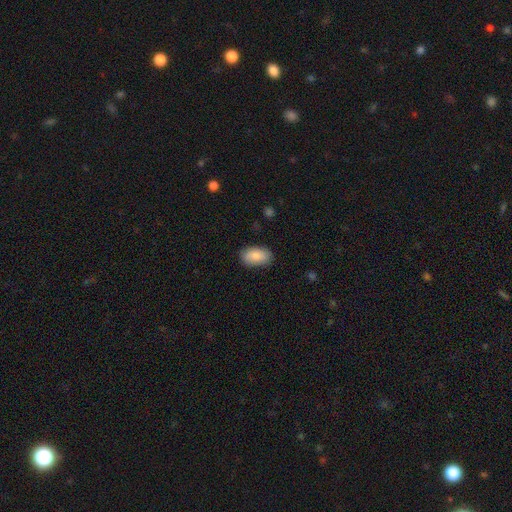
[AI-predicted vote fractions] smooth_or_featured: smooth (p=0.87) [alt: featured or disk p=0.07]
how_rounded: in between (p=0.94) [alt: round p=0.04]
merging: none (p=0.85) [alt: minor disturbance p=0.11]